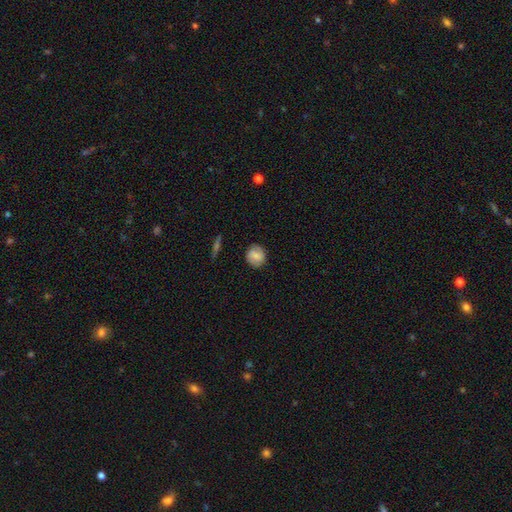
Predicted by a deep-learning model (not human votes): This is likely a smooth galaxy (68%). How rounded: likely round (79%). Merging: clearly none (83%).